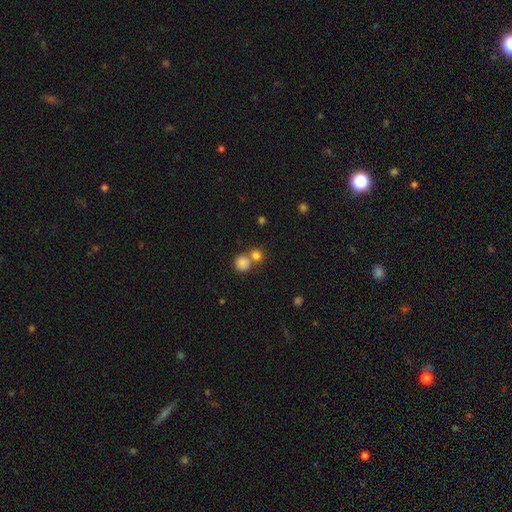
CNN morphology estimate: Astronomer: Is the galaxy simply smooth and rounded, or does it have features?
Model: smooth — 66%.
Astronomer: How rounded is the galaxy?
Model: round — 88%.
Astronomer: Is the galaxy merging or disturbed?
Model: none — 59%.